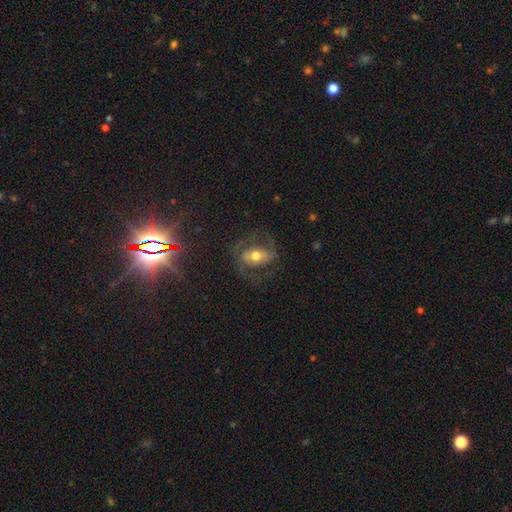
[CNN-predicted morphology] Smooth or featured? featured or disk (64%)
Edge-on disk? no (93%)
Bar? strong (37%)
Spiral arms? yes (79%)
Bulge size? moderate (70%)
Merging? none (69%)